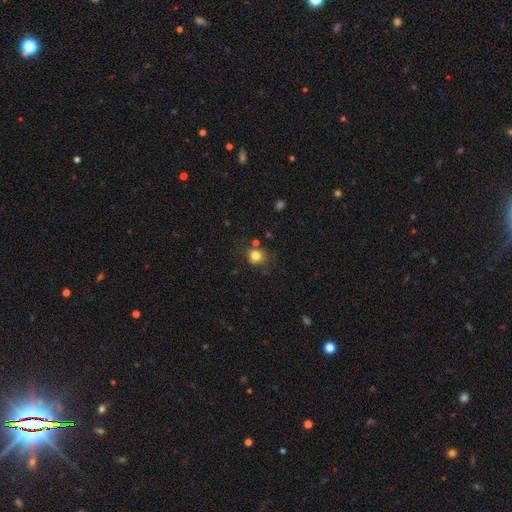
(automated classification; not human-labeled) Smooth or featured: smooth — 81% (star or artifact — 12%)
How rounded: round — 79% (in between — 20%)
Merging: none — 69% (minor disturbance — 18%)